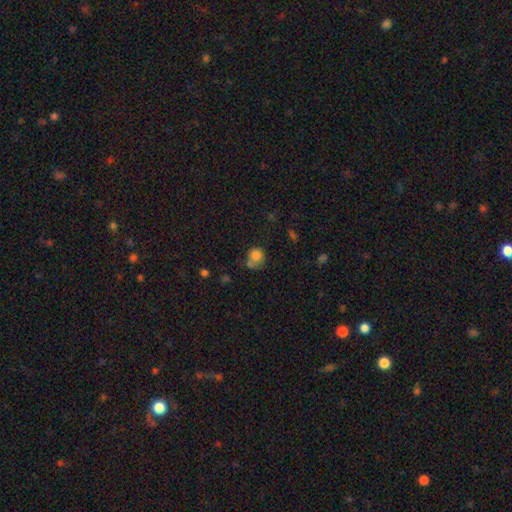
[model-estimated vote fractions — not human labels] The model was most divided on "merging": none: 43%, merger: 26%, minor disturbance: 20%, major disturbance: 11%. More confident: smooth or featured — smooth (80%); how rounded — round (78%).